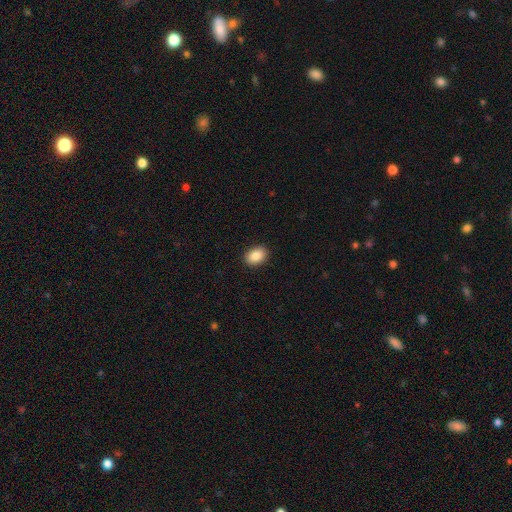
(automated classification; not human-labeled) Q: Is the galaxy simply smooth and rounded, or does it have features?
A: smooth — 89%.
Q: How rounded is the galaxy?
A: in between — 78%.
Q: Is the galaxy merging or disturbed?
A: none — 91%.